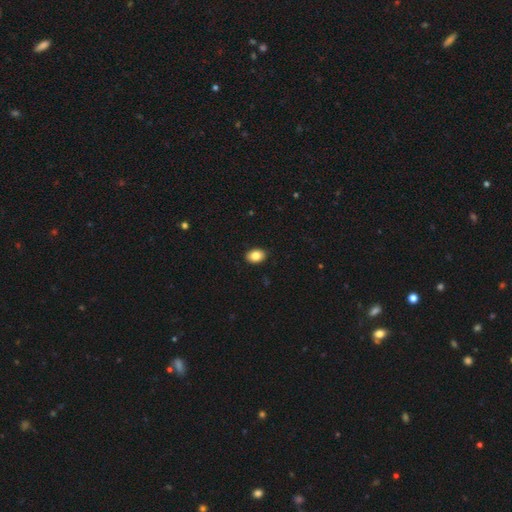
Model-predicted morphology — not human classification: smooth 84%, star or artifact 8%, featured or disk 7%. Down the decision tree: how rounded — in between (77%); merging — none (91%).